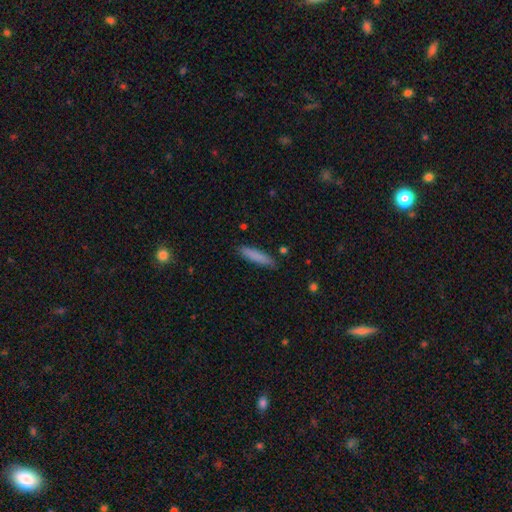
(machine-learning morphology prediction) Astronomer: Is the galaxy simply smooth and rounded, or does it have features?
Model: smooth — 83%.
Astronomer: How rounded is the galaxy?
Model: cigar-shaped — 86%.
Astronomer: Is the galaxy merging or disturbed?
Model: none — 86%.